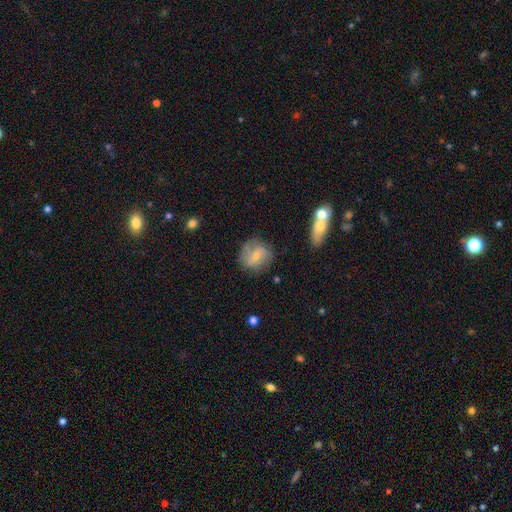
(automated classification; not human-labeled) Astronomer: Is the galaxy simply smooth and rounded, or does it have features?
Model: featured or disk — 48% (runner-up: smooth, 44%).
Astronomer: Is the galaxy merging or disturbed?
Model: none — 73%.